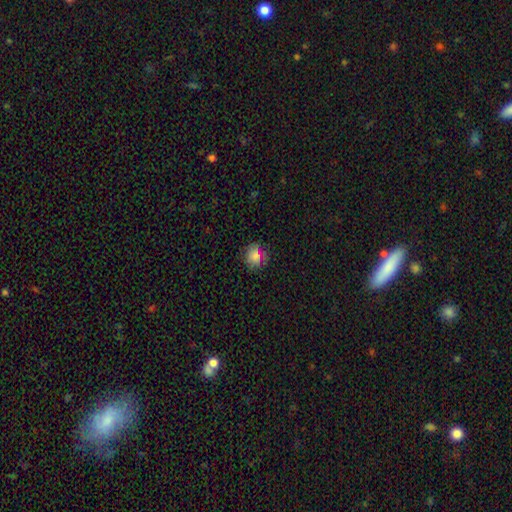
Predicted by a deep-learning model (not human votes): This appears to be a smooth galaxy with no disk features (77%) that is round (84%). Merging: none (83%).